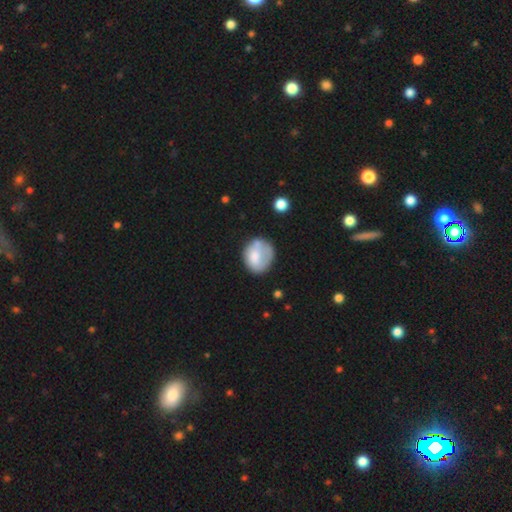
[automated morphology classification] smooth-or-featured: smooth: 66% | featured or disk: 26% | star or artifact: 8%
  how-rounded: round: 62% | in between: 37% | cigar-shaped: 1%
  merging: none: 50% | minor disturbance: 26% | major disturbance: 14% | merger: 10%